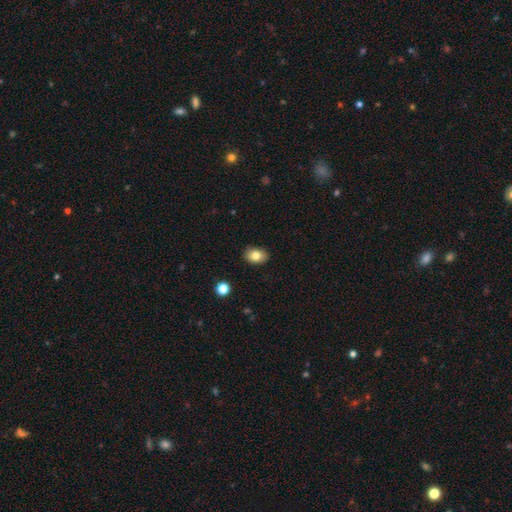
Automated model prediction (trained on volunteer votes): This is clearly a smooth galaxy (82%). How rounded: likely in between (75%). Merging: clearly none (87%).